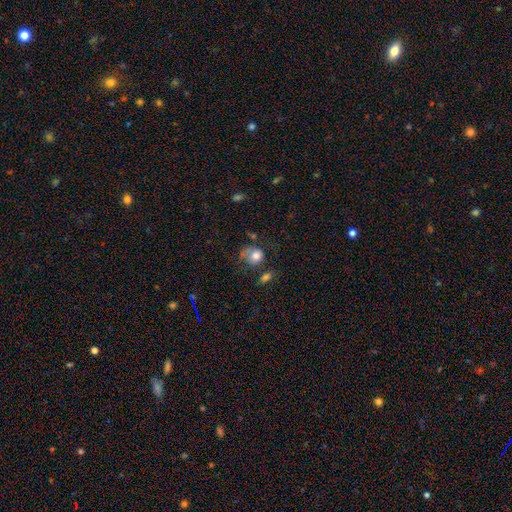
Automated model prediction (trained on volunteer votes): Smooth or featured? smooth (76%)
How rounded? round (73%)
Merging? none (41%)